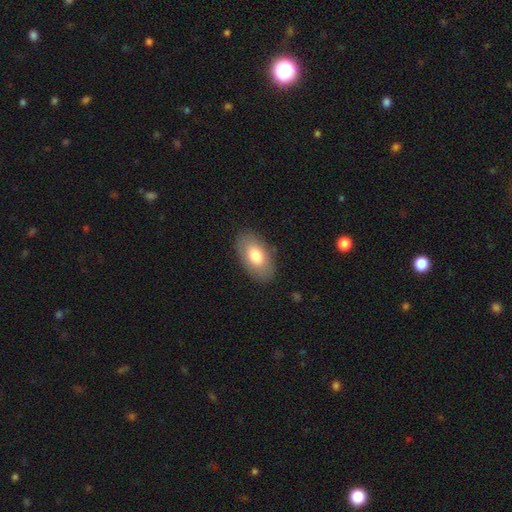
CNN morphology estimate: type=smooth (77%); roundness=in between (94%); merging=none (85%).